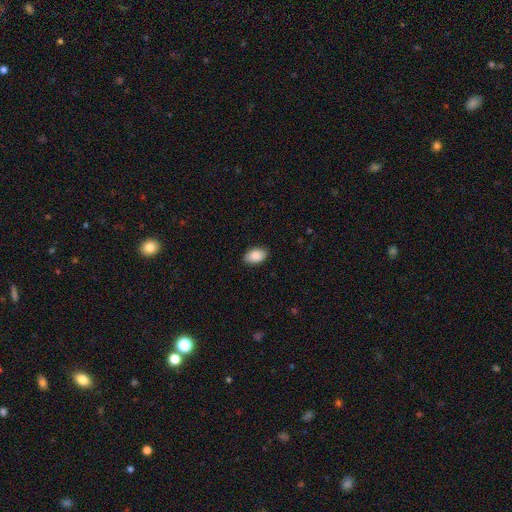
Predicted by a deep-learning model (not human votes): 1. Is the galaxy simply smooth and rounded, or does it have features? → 89% smooth, 6% star or artifact, 4% featured or disk.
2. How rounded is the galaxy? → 93% in between, 6% round, 1% cigar-shaped.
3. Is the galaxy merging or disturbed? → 88% none, 9% minor disturbance, 2% major disturbance, 1% merger.